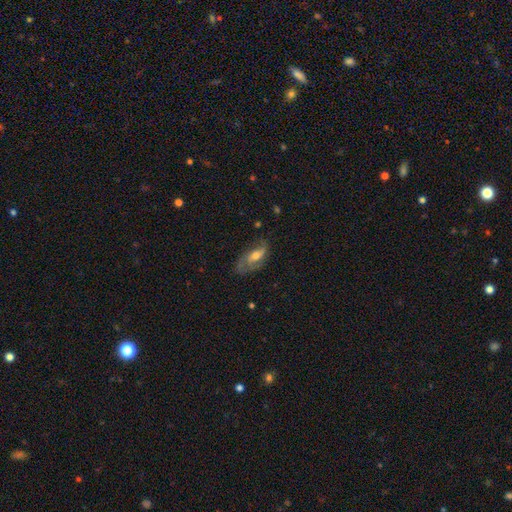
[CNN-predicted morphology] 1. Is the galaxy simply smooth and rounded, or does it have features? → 63% featured or disk, 30% smooth, 7% star or artifact.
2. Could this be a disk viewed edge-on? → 88% no, 12% yes.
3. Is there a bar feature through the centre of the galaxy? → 51% no, 36% weak, 13% strong.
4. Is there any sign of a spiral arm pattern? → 84% yes, 16% no.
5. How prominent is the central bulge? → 63% moderate, 24% small, 9% large, 2% none, 1% dominant.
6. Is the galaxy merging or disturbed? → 56% none, 26% minor disturbance, 16% major disturbance, 2% merger.